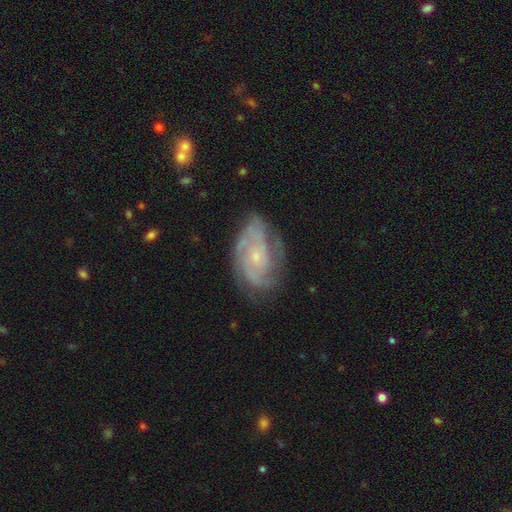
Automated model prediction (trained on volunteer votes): smooth_or_featured: featured or disk (p=0.82) [alt: smooth p=0.12]
disk_edge_on: no (p=0.97) [alt: yes p=0.03]
bar: no (p=0.74) [alt: weak p=0.23]
has_spiral_arms: yes (p=0.94) [alt: no p=0.06]
spiral_winding: tight (p=0.54) [alt: medium p=0.36]
spiral_arm_count: 2 (p=0.33) [alt: can't tell p=0.28]
bulge_size: small (p=0.73) [alt: moderate p=0.21]
merging: none (p=0.69) [alt: minor disturbance p=0.21]